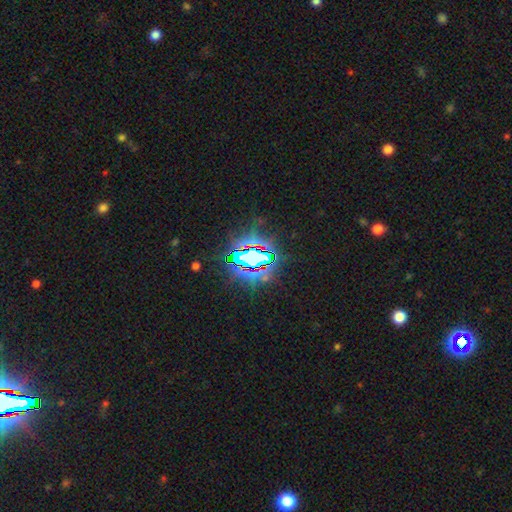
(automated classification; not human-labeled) A star or artifact, not a galaxy (84%).

Vote fractions:
- Smooth or featured? star or artifact: 84% / smooth: 9% / featured or disk: 7%